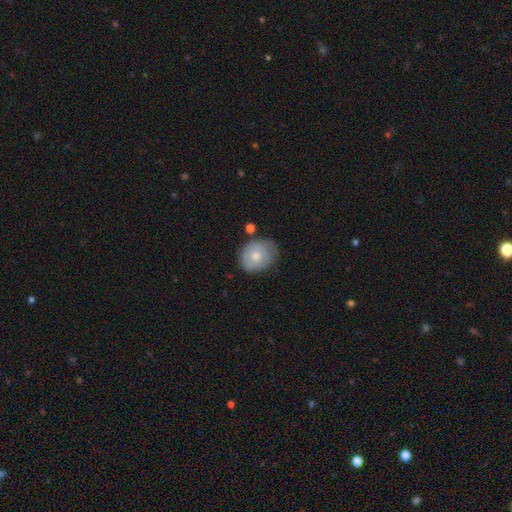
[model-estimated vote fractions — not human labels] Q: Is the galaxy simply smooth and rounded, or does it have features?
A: smooth — 58%.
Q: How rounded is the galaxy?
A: round — 60%.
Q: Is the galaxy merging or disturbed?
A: none — 63%.